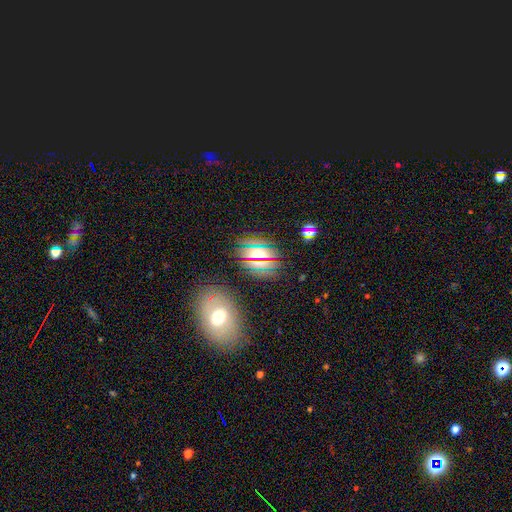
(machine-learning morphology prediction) Smooth or featured? star or artifact (39%)